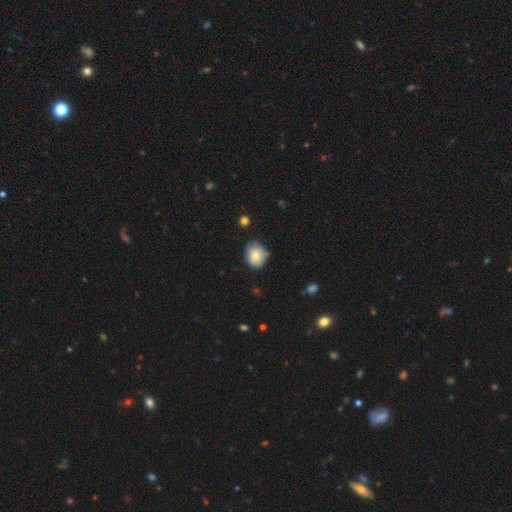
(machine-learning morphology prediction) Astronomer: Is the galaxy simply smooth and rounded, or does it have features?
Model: smooth — 78%.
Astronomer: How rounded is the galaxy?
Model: round — 63%.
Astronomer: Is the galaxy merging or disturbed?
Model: none — 67%.